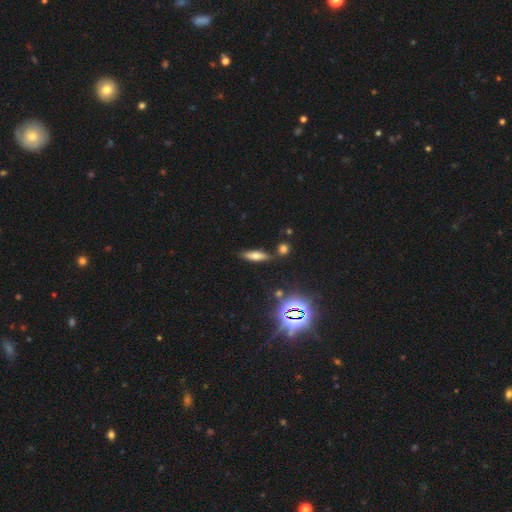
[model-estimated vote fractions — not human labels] This is possibly a smooth galaxy (56%). How rounded: possibly cigar-shaped (49%). Merging: likely none (78%).